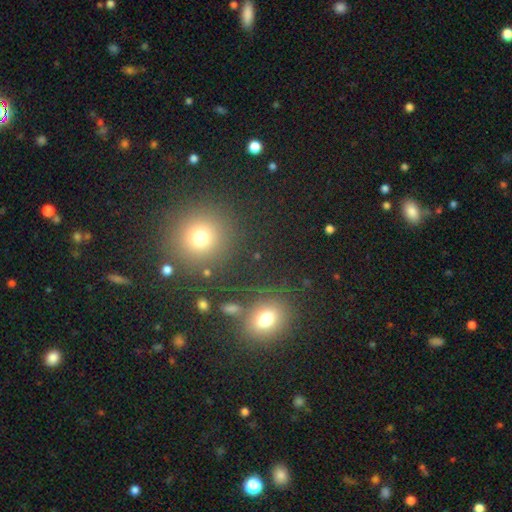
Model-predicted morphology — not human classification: The model was most divided on "smooth or featured": smooth: 55%, star or artifact: 36%, featured or disk: 9%. More confident: merging — none (85%); how rounded — round (79%).